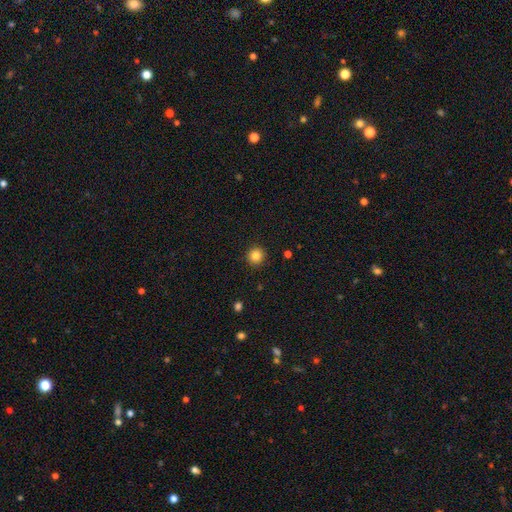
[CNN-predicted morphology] This is clearly a smooth galaxy (84%). How rounded: clearly round (95%). Merging: clearly none (92%).